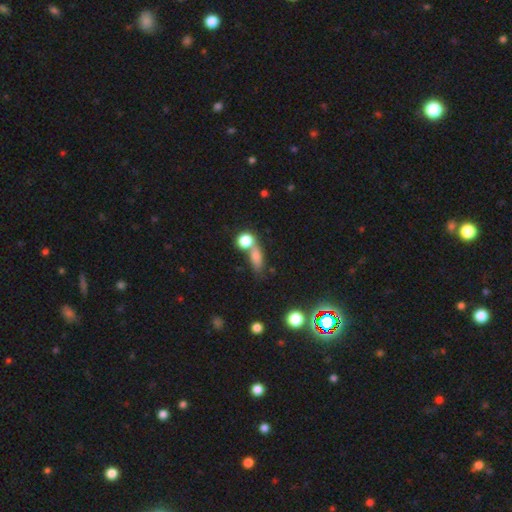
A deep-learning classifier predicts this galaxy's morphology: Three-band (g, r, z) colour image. It shows a smooth galaxy with no disk features (75%) that is in between round and cigar-shaped (54%). Merging: none (44%).